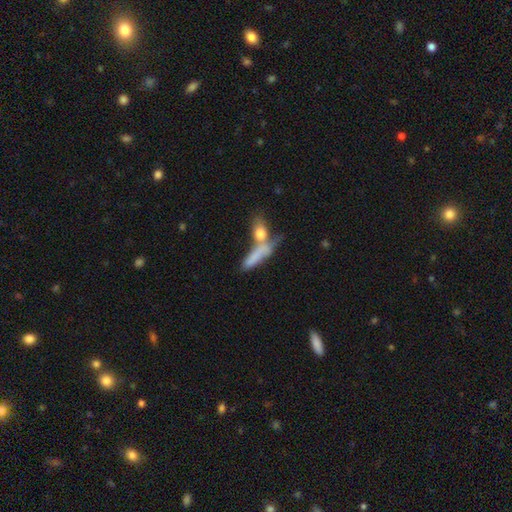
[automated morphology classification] The model was most divided on "how rounded": cigar-shaped: 55%, in between: 39%, round: 6%. Remaining: smooth or featured — smooth (69%); merging — merger (48%).